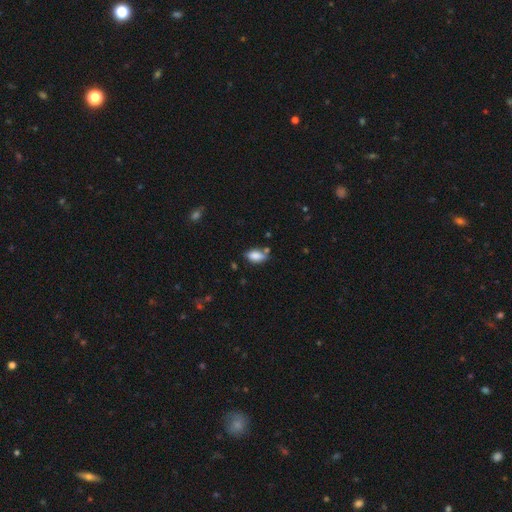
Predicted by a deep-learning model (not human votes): Morphology: type=smooth (83%); roundness=in between (90%); merging=none (66%).